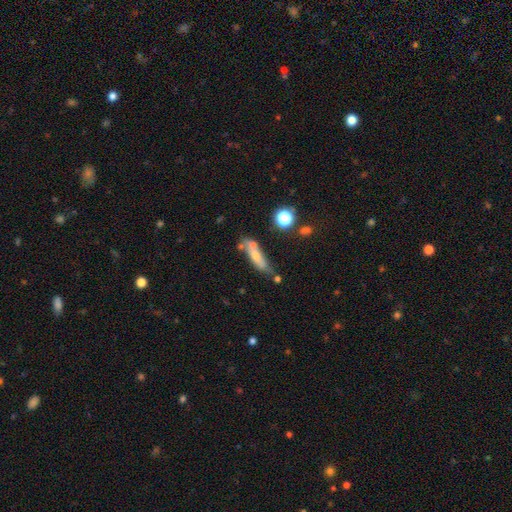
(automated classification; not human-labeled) Smooth or featured? smooth (58%)
How rounded? cigar-shaped (61%)
Merging? none (49%)